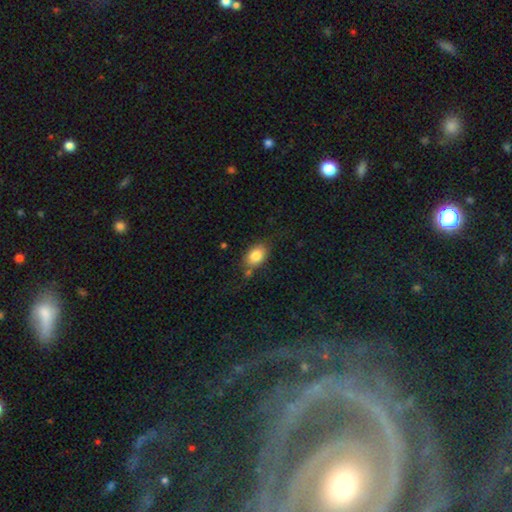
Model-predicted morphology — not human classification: smooth_or_featured: smooth (p=0.82) [alt: featured or disk p=0.10]
how_rounded: in between (p=0.78) [alt: round p=0.20]
merging: none (p=0.66) [alt: minor disturbance p=0.20]